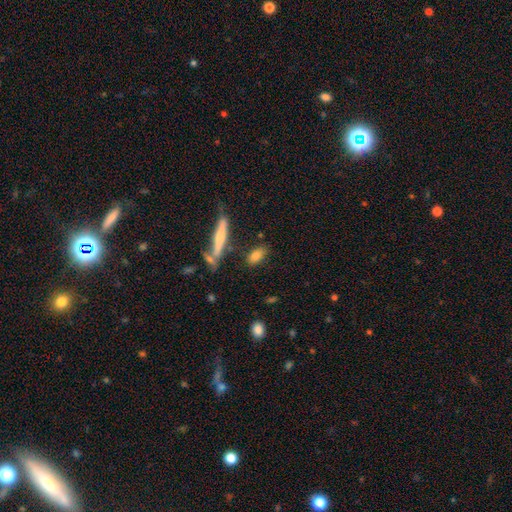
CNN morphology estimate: This is likely a smooth galaxy (79%). How rounded: likely in between (75%). Merging: likely none (73%).